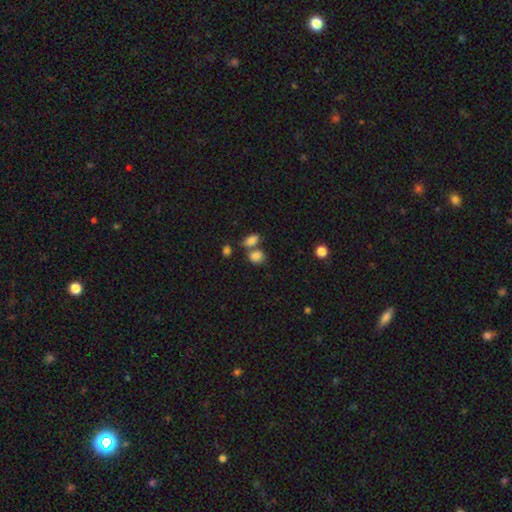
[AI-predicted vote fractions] Smooth or featured?
  - smooth: 84% *
  - star or artifact: 10%
  - featured or disk: 6%
How rounded?
  - in between: 67% *
  - round: 31%
  - cigar-shaped: 2%
Merging?
  - none: 43% *
  - merger: 40%
  - minor disturbance: 12%
  - major disturbance: 5%